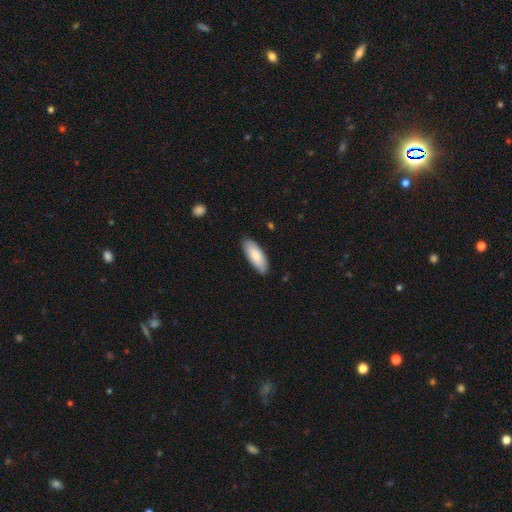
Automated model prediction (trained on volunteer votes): This is clearly a smooth galaxy (83%). How rounded: likely in between (75%). Merging: clearly none (86%).